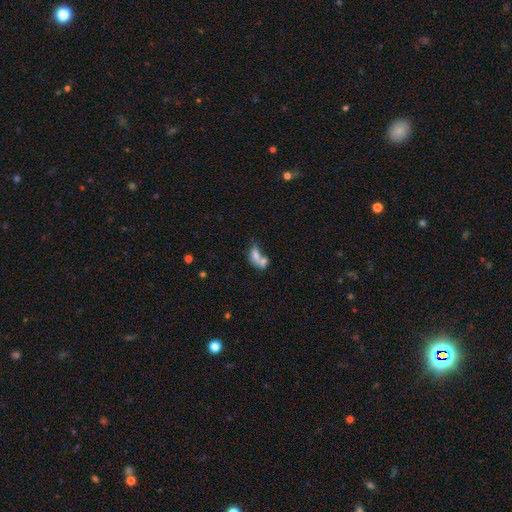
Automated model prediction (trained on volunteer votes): smooth_or_featured: smooth (p=0.67) [alt: featured or disk p=0.22]
how_rounded: in between (p=0.80) [alt: round p=0.12]
merging: merger (p=0.66) [alt: none p=0.17]